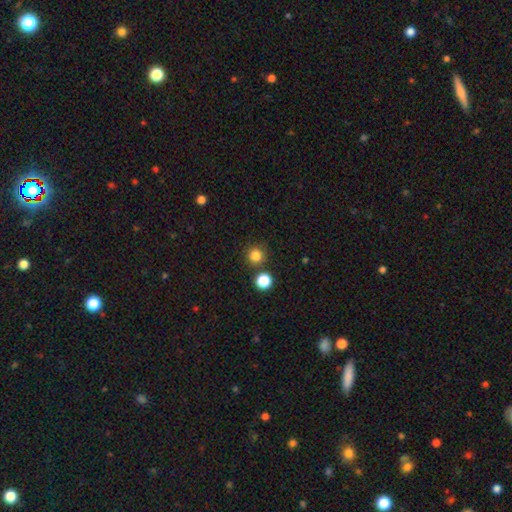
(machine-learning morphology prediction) Overall: smooth (83%). How rounded: round (93%). Merging: none (80%).